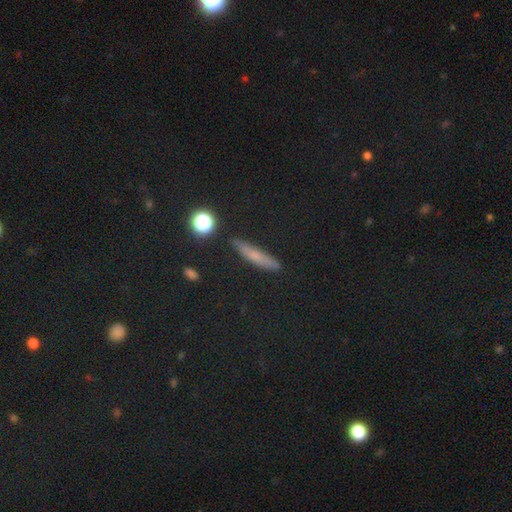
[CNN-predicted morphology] Smooth or featured?
  - smooth: 59% *
  - featured or disk: 22%
  - star or artifact: 19%
How rounded?
  - cigar-shaped: 80% *
  - in between: 12%
  - round: 7%
Merging?
  - none: 85% *
  - minor disturbance: 10%
  - major disturbance: 3%
  - merger: 2%